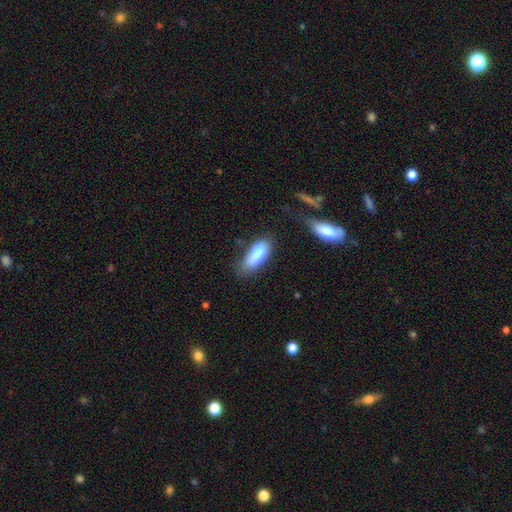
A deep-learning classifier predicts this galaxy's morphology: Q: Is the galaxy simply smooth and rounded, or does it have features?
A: smooth — 81%.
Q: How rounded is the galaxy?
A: in between — 65%.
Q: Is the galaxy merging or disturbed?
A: none — 53%.